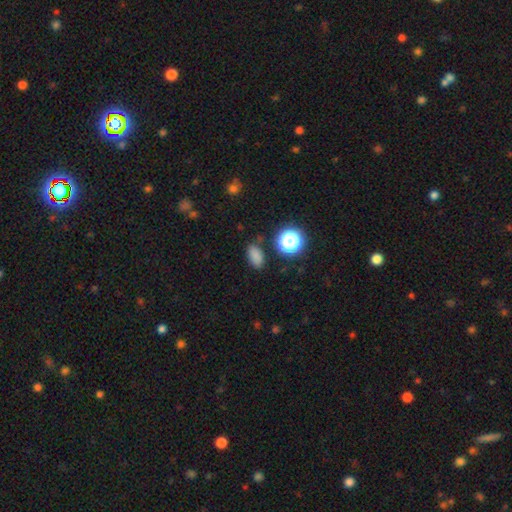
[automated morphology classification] A smooth galaxy with no disk features (78%) that is in between round and cigar-shaped (83%). Merging: none (80%).